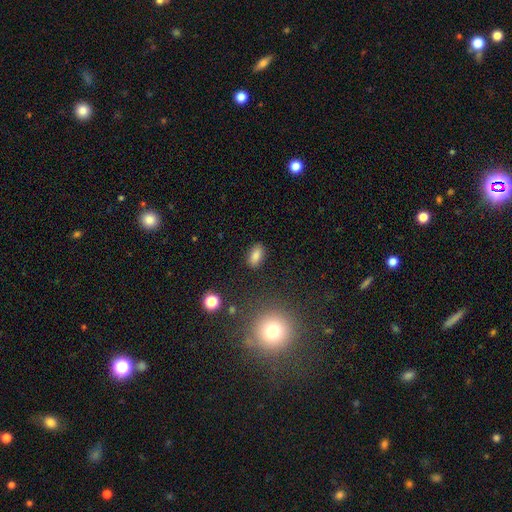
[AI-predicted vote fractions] smooth 82%, star or artifact 11%, featured or disk 7%. Down the decision tree: how rounded — in between (89%); merging — none (86%).